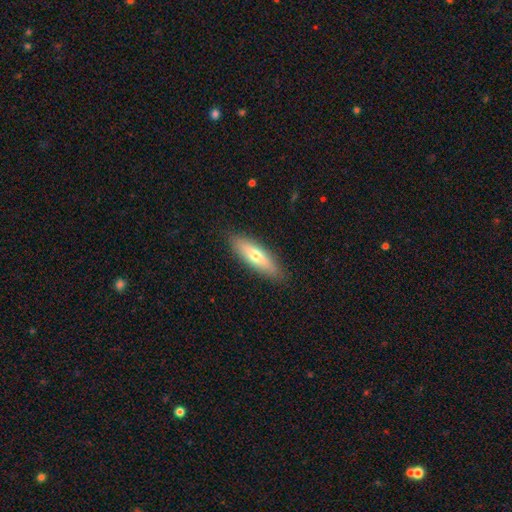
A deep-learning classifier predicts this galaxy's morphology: Smooth or featured: smooth — 60% (featured or disk — 34%)
How rounded: cigar-shaped — 60% (in between — 38%)
Merging: none — 88% (minor disturbance — 9%)